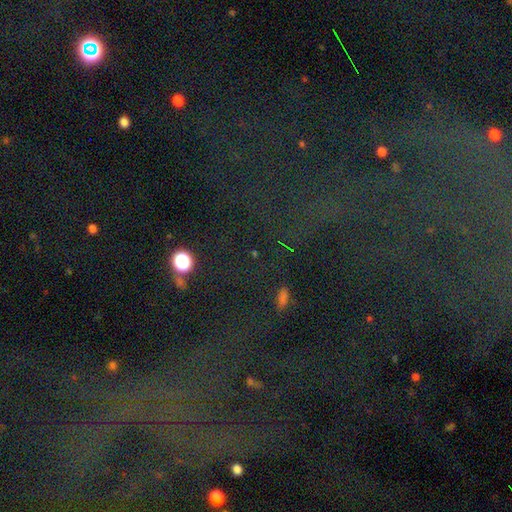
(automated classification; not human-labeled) A star or artifact, not a galaxy (72%).